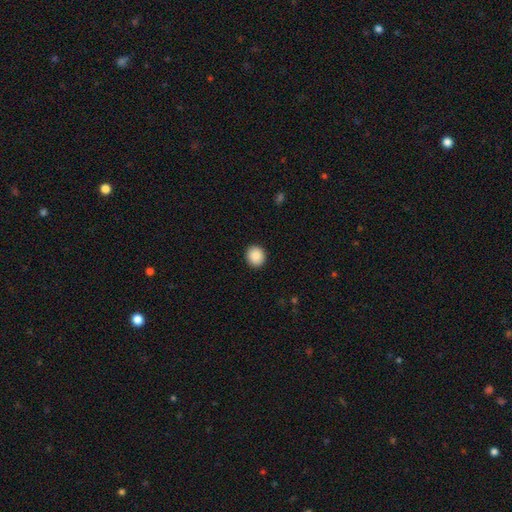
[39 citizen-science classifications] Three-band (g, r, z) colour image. It shows a smooth galaxy with no disk features (95%) that is round (92%). Merging: none (97%).